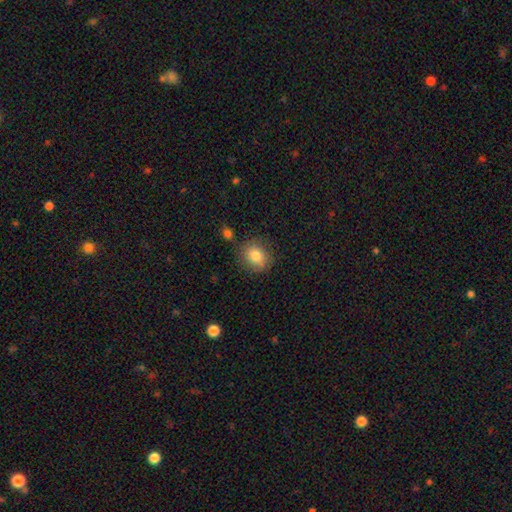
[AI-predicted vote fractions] This is clearly a smooth galaxy (81%). How rounded: possibly round (59%). Merging: likely none (78%).